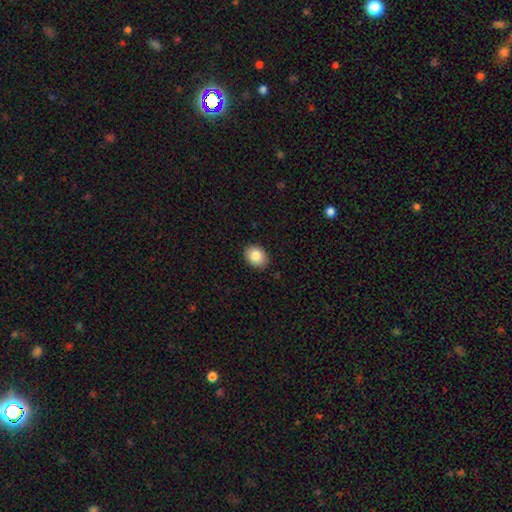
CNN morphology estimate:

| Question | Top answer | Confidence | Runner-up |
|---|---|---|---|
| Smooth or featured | smooth | 85% | star or artifact (8%) |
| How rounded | in between | 61% | round (39%) |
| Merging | none | 89% | minor disturbance (8%) |